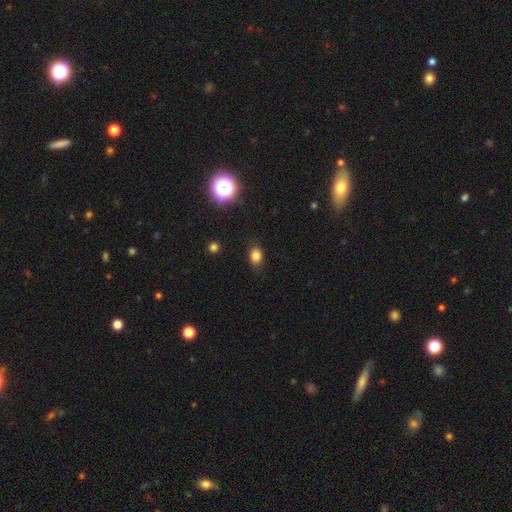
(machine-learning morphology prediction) This appears to be a smooth galaxy with no disk features (80%) that is in between round and cigar-shaped (64%). Merging: none (80%).